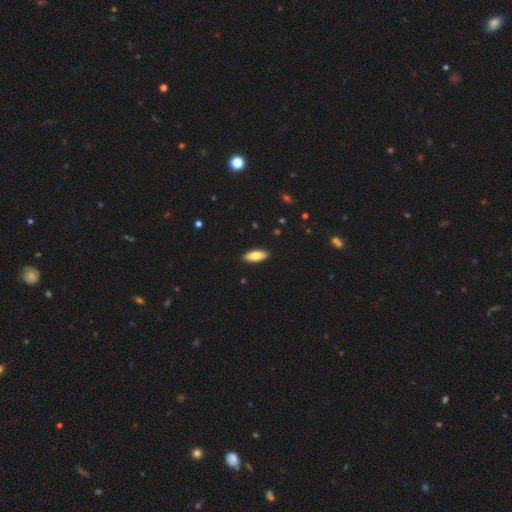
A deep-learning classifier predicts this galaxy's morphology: smooth 78%, featured or disk 16%, star or artifact 6%. Down the decision tree: how rounded — in between (75%); merging — none (91%).